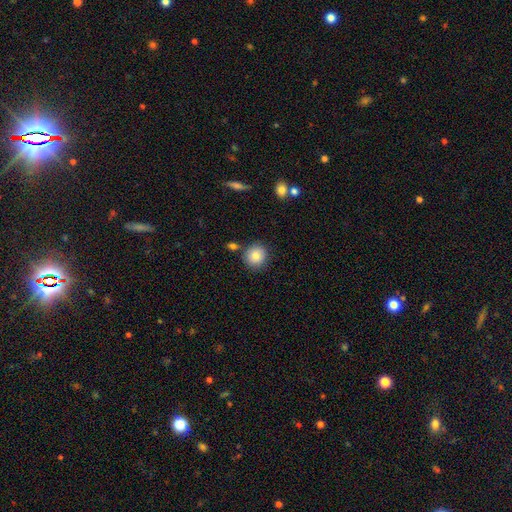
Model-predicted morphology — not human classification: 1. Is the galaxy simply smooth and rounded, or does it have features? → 84% smooth, 9% star or artifact, 8% featured or disk.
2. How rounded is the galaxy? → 89% round, 10% in between, 1% cigar-shaped.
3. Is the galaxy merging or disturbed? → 81% none, 10% minor disturbance, 7% merger, 3% major disturbance.